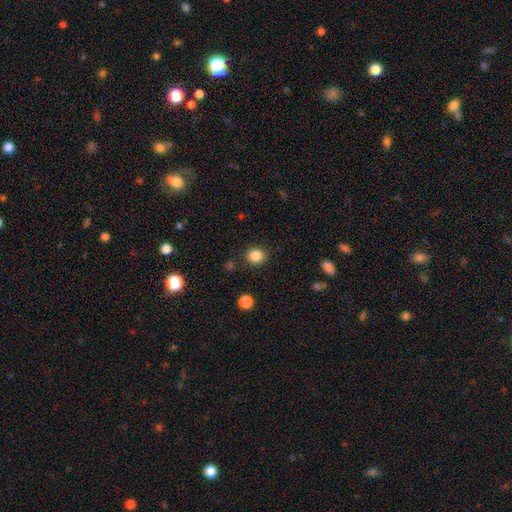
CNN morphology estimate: Q: Smooth or featured?
A: smooth (85%); runner-up: star or artifact (11%)
Q: How rounded?
A: round (82%); runner-up: in between (17%)
Q: Merging?
A: none (88%); runner-up: minor disturbance (8%)